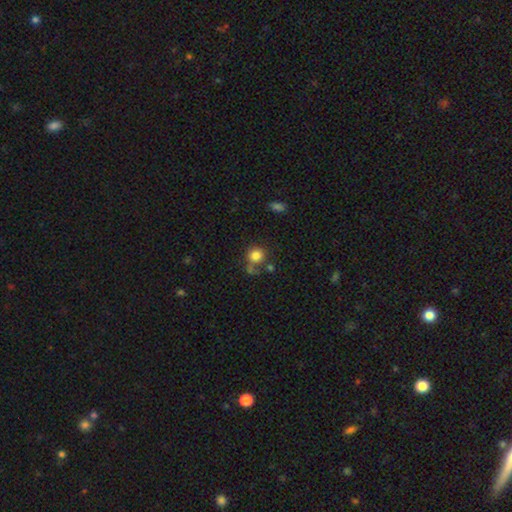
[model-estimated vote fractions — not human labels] Morphology: type=smooth (81%); roundness=round (89%); merging=none (61%).